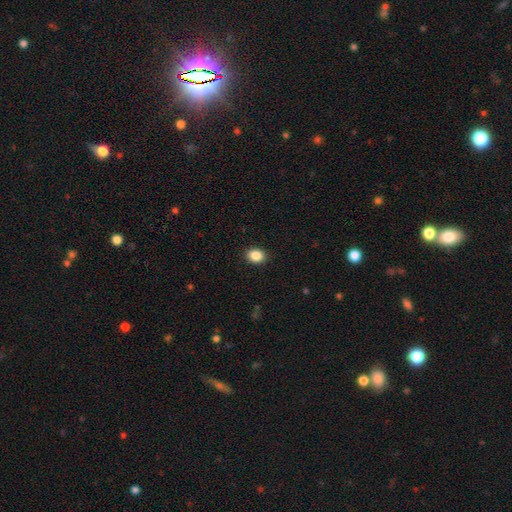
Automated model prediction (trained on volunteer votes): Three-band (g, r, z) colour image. It shows a smooth galaxy with no disk features (87%) that is in between round and cigar-shaped (59%). Merging: none (91%).